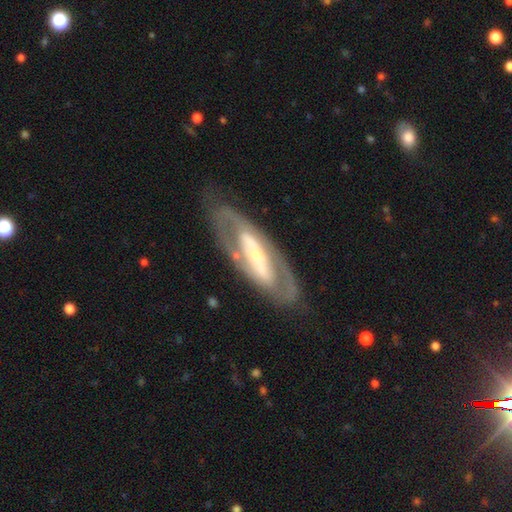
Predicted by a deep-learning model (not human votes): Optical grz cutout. It shows a featured or disk galaxy (80%) with a strong bar (59%), spiral arms (64%) and a small central bulge (55%). Merging: none (72%).